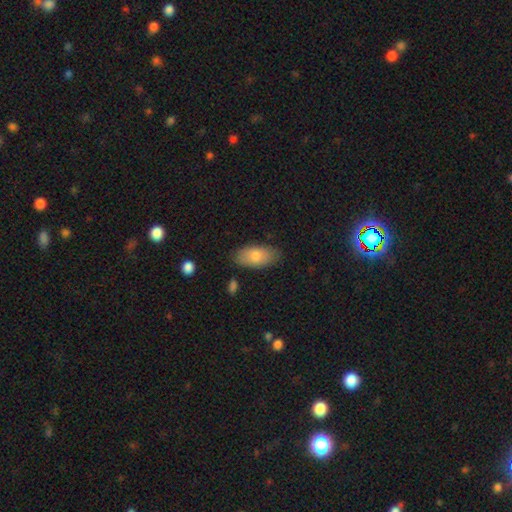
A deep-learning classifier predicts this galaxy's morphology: A smooth galaxy with no disk features (79%) that is in between round and cigar-shaped (93%). Merging: none (81%).